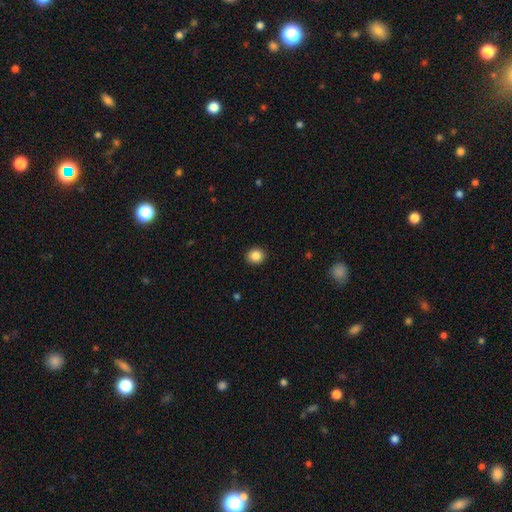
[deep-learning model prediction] Morphology: type=smooth (86%); roundness=round (80%); merging=none (92%).